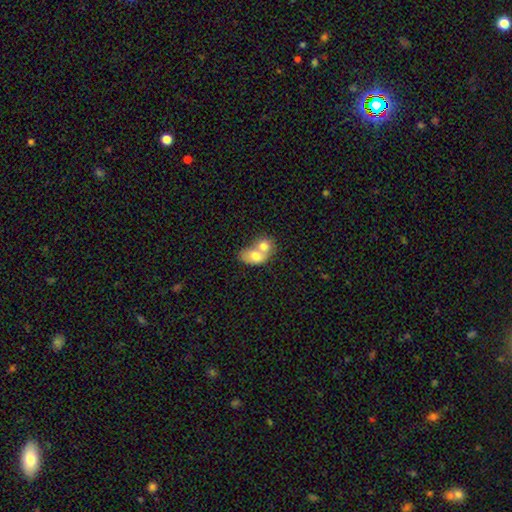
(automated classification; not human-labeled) smooth-or-featured: smooth: 69% | featured or disk: 24% | star or artifact: 7%
  how-rounded: in between: 69% | round: 30% | cigar-shaped: 1%
  merging: merger: 78% | none: 13% | minor disturbance: 5% | major disturbance: 3%